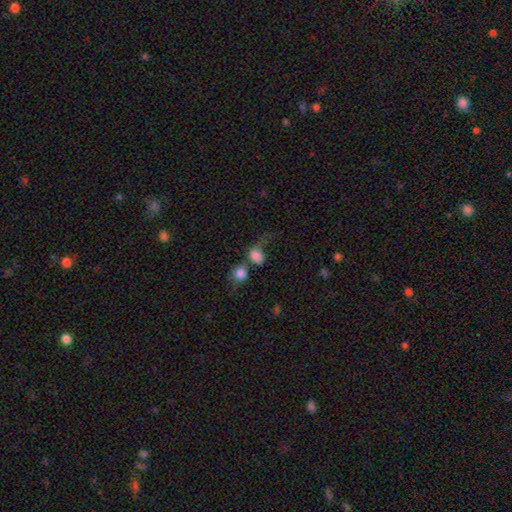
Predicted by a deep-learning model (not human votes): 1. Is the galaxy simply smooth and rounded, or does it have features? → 79% smooth, 11% star or artifact, 10% featured or disk.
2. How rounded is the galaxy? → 56% round, 43% in between, 2% cigar-shaped.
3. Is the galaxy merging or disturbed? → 44% merger, 23% none, 20% major disturbance, 13% minor disturbance.